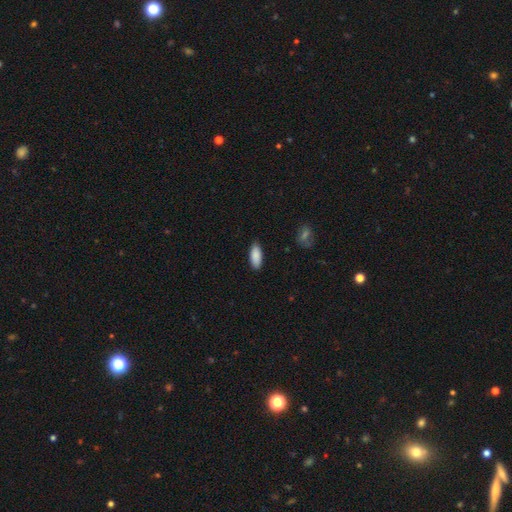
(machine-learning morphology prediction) This is clearly a smooth galaxy (88%). How rounded: clearly in between (81%). Merging: clearly none (86%).